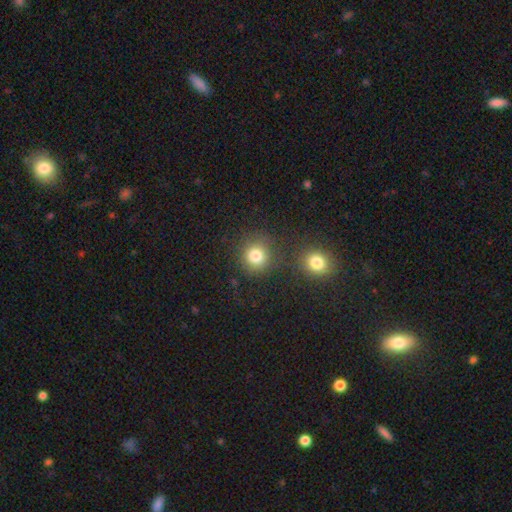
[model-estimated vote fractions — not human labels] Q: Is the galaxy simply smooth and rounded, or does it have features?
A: smooth — 81%.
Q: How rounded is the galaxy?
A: round — 89%.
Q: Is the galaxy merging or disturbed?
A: none — 75%.